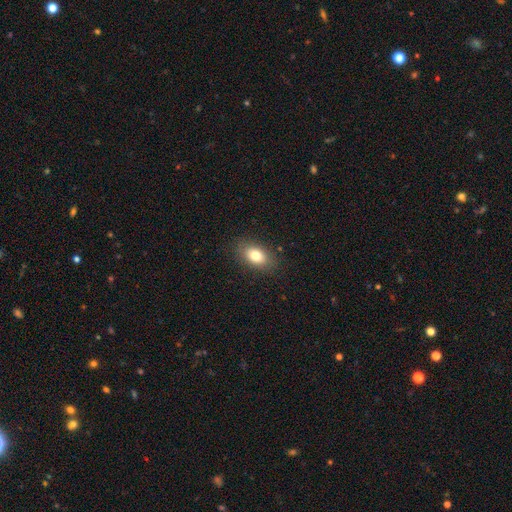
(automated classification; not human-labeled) This appears to be a smooth galaxy with no disk features (79%) that is in between round and cigar-shaped (85%). Merging: none (85%).